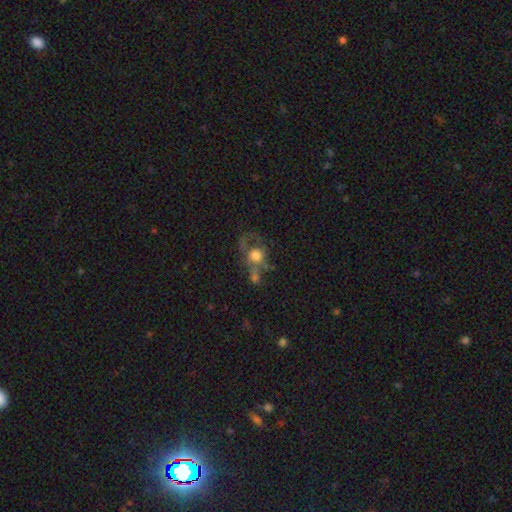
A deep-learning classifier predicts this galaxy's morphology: Overall: smooth (47%; featured or disk 40%). Merging: major disturbance (33%; none 31%).